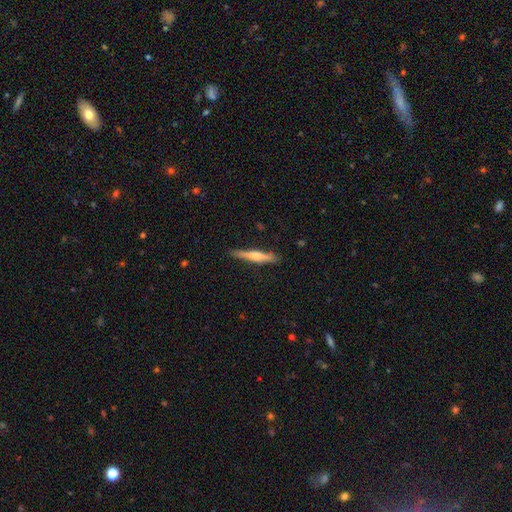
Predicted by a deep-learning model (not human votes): Smooth or featured?
  - featured or disk: 52% *
  - smooth: 42%
  - star or artifact: 6%
Edge-on disk?
  - yes: 97% *
  - no: 3%
Edge-on bulge?
  - rounded: 77% *
  - none: 13%
  - boxy: 11%
Merging?
  - none: 88% *
  - minor disturbance: 9%
  - major disturbance: 2%
  - merger: 1%